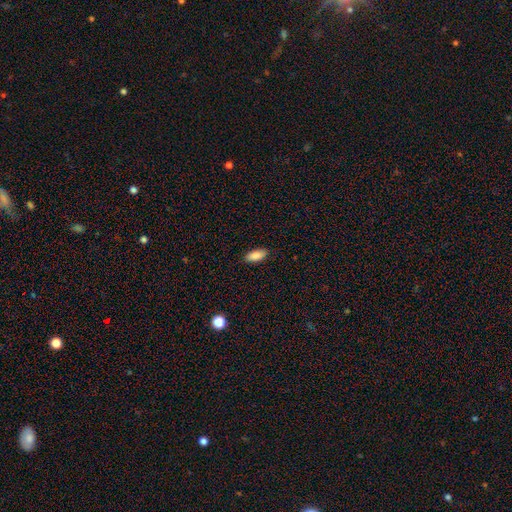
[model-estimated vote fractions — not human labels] Smooth or featured? Predicted: smooth (p=0.88). How rounded? Predicted: in between (p=0.84). Merging? Predicted: none (p=0.89).